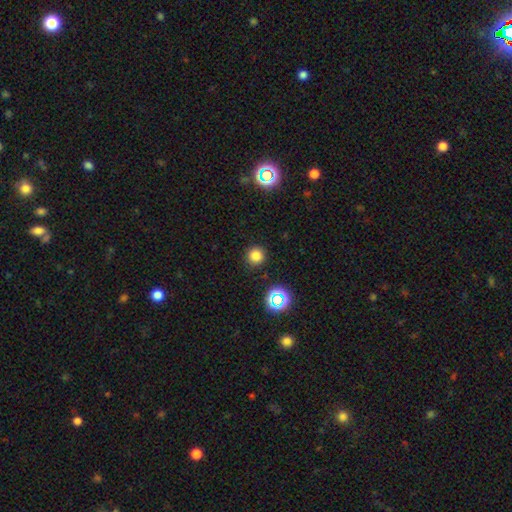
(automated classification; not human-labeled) Smooth or featured? Predicted: smooth (p=0.77). How rounded? Predicted: round (p=0.95). Merging? Predicted: none (p=0.90).